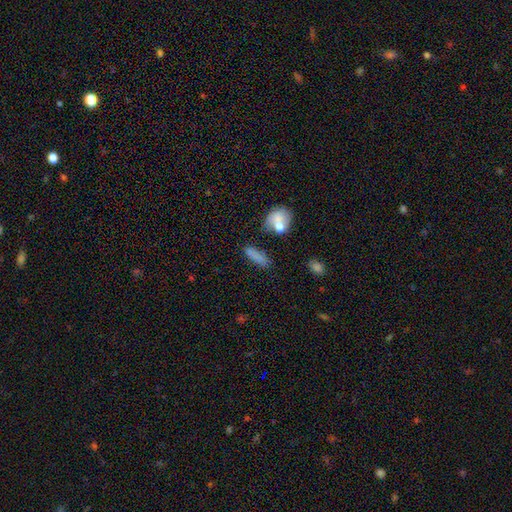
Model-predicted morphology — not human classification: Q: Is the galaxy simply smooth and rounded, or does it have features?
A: smooth — 78%.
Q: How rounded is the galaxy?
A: cigar-shaped — 54%.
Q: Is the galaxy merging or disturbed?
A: none — 67%.